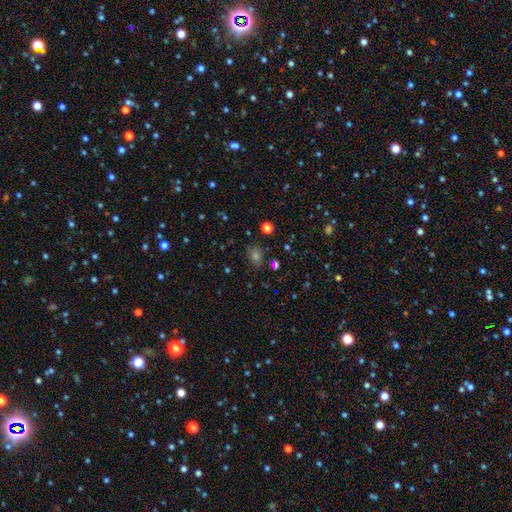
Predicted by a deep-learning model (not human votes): Smooth or featured? smooth (58%)
How rounded? in between (58%)
Merging? none (79%)